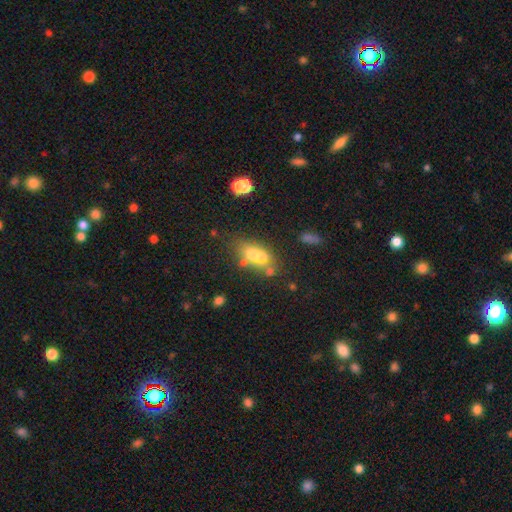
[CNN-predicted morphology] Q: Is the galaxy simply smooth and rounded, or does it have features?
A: smooth — 55%.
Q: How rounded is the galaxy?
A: in between — 75%.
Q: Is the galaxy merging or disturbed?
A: merger — 41%.